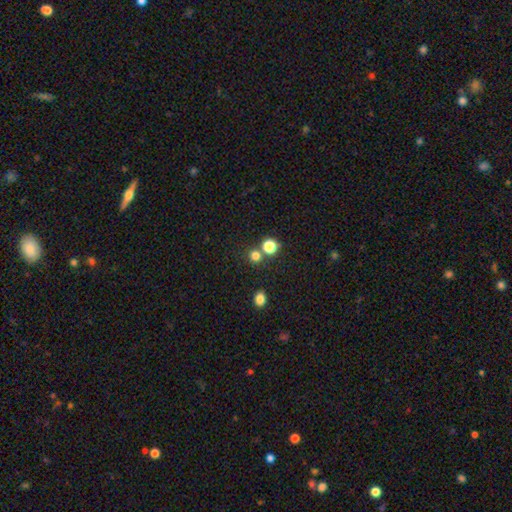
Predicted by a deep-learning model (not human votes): Smooth or featured? Predicted: smooth (p=0.76). How rounded? Predicted: round (p=0.88). Merging? Predicted: none (p=0.73).